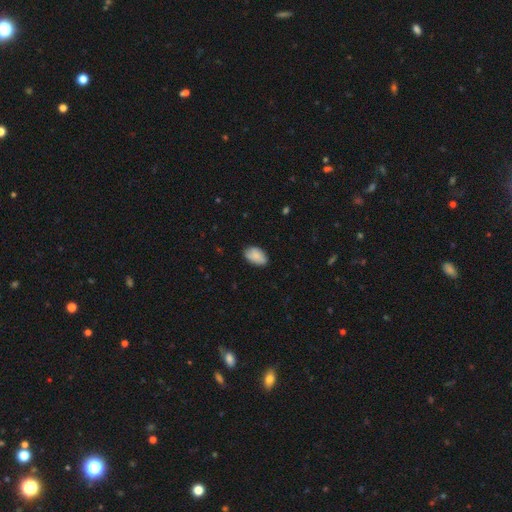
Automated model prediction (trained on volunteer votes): A smooth galaxy with no disk features (86%) that is in between round and cigar-shaped (93%).

Vote fractions:
- Smooth or featured? smooth: 86% / featured or disk: 8% / star or artifact: 7%
- How rounded? in between: 93% / round: 6% / cigar-shaped: 2%
- Merging? none: 80% / minor disturbance: 16% / major disturbance: 3% / merger: 1%